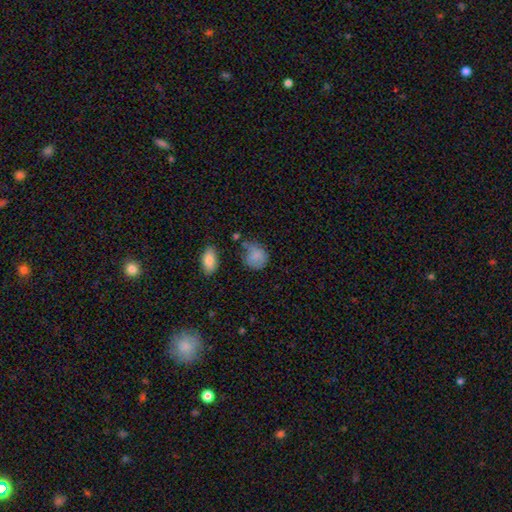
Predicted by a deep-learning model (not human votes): The model was most divided on "merging": none: 50%, minor disturbance: 31%, major disturbance: 13%, merger: 7%. More confident: smooth or featured — smooth (80%); how rounded — round (66%).